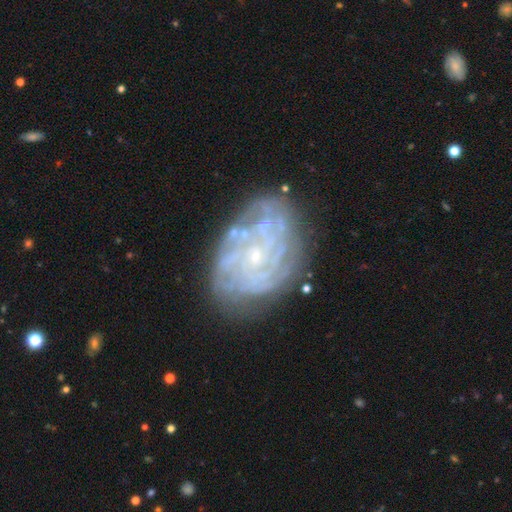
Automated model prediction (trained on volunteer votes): Smooth or featured?
  - featured or disk: 84% *
  - smooth: 9%
  - star or artifact: 7%
Edge-on disk?
  - no: 97% *
  - yes: 3%
Bar?
  - no: 77% *
  - weak: 18%
  - strong: 4%
Spiral arms?
  - yes: 92% *
  - no: 8%
Spiral winding?
  - tight: 73% *
  - medium: 21%
  - loose: 6%
Spiral arm count?
  - can't tell: 36% *
  - more than 4: 21%
  - 4: 18%
  - 3: 10%
  - 2: 8%
  - 1: 7%
Bulge size?
  - small: 83% *
  - moderate: 12%
  - none: 3%
  - large: 1%
  - dominant: 1%
Merging?
  - none: 74% *
  - minor disturbance: 17%
  - major disturbance: 7%
  - merger: 3%